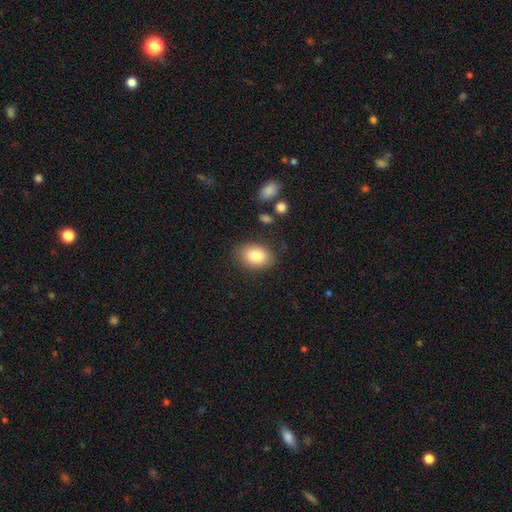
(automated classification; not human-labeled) smooth_or_featured: smooth (p=0.84) [alt: featured or disk p=0.09]
how_rounded: in between (p=0.83) [alt: round p=0.16]
merging: none (p=0.84) [alt: minor disturbance p=0.11]